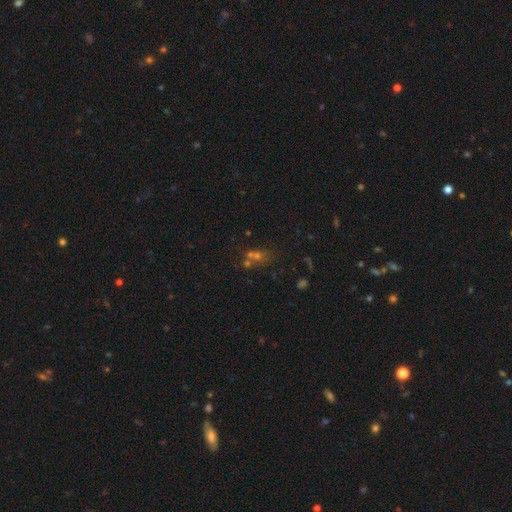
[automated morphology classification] A smooth galaxy with no disk features (43%). Merging: none (42%, tied with merger).